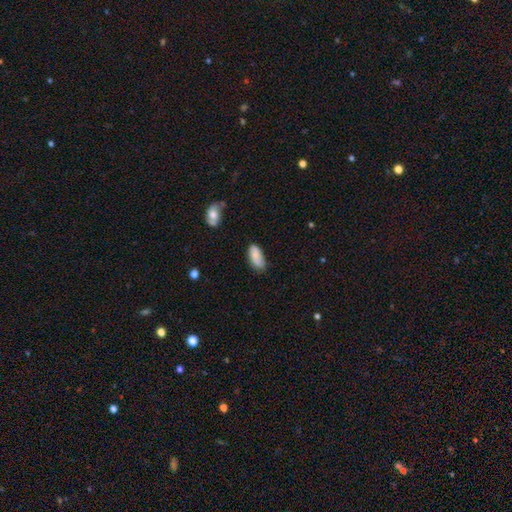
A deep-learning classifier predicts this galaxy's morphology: This is likely a smooth galaxy (76%). How rounded: clearly in between (90%). Merging: likely none (65%).